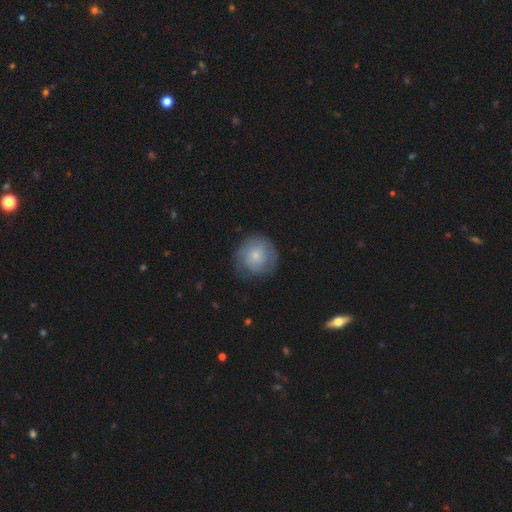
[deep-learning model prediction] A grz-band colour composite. It shows a smooth galaxy with no disk features (67%) that is round (92%). Merging: none (73%).